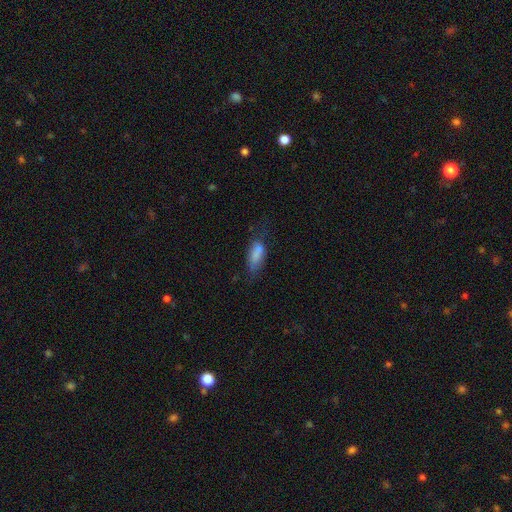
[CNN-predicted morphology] This appears to be a smooth galaxy with no disk features (75%) that is in between round and cigar-shaped (68%). Merging: none (47%).